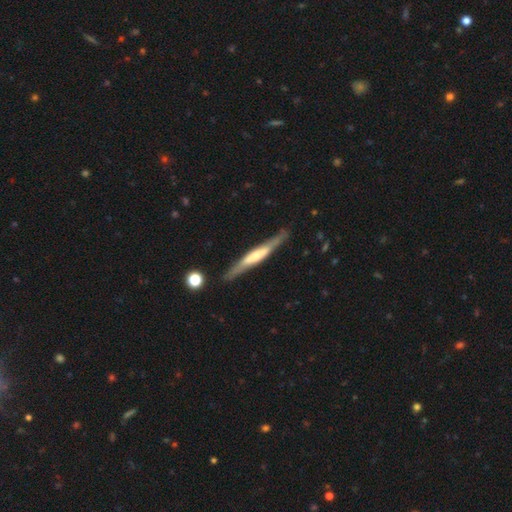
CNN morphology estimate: A featured or disk galaxy (65%) viewed edge-on (90%) with a rounded central bulge (39%). Merging: none (81%).